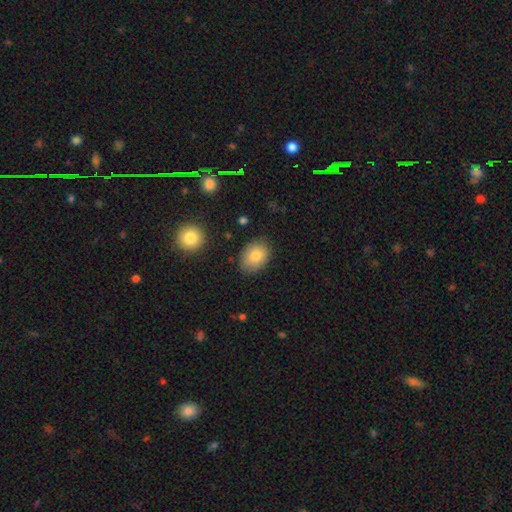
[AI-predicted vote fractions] Smooth or featured?
  - smooth: 81% *
  - featured or disk: 11%
  - star or artifact: 8%
How rounded?
  - in between: 69% *
  - round: 30%
  - cigar-shaped: 1%
Merging?
  - none: 81% *
  - minor disturbance: 14%
  - major disturbance: 3%
  - merger: 2%